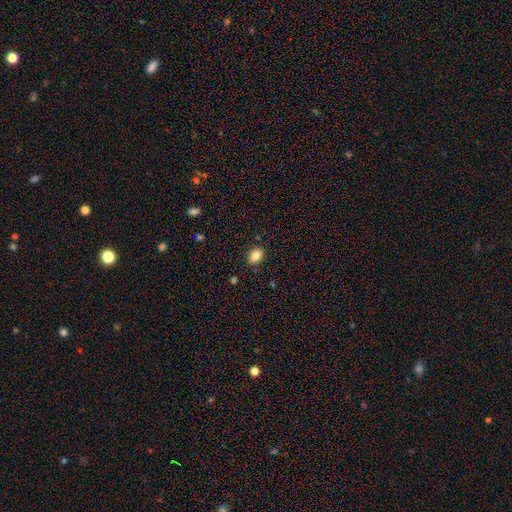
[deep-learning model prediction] Overall: smooth (85%). How rounded: in between (72%). Merging: none (86%).